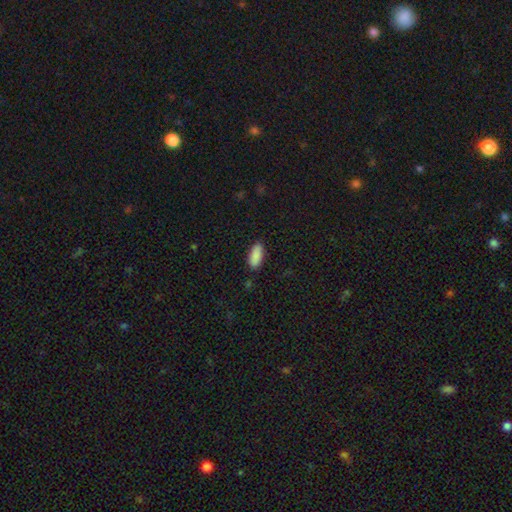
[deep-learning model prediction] Q: Smooth or featured?
A: smooth (90%); runner-up: star or artifact (7%)
Q: How rounded?
A: in between (86%); runner-up: cigar-shaped (12%)
Q: Merging?
A: none (86%); runner-up: minor disturbance (10%)